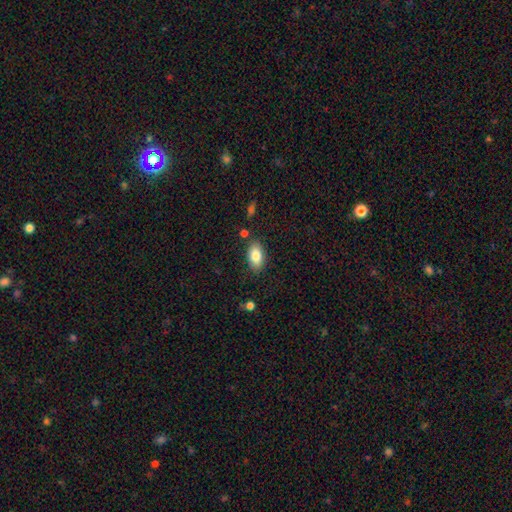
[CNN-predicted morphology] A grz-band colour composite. It shows a smooth galaxy with no disk features (83%) that is in between round and cigar-shaped (93%). Merging: none (83%).